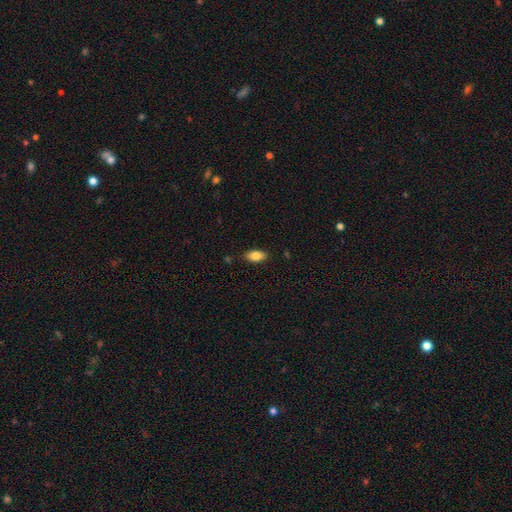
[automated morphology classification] smooth 83%, featured or disk 10%, star or artifact 8%. Down the decision tree: how rounded — in between (90%); merging — none (86%).